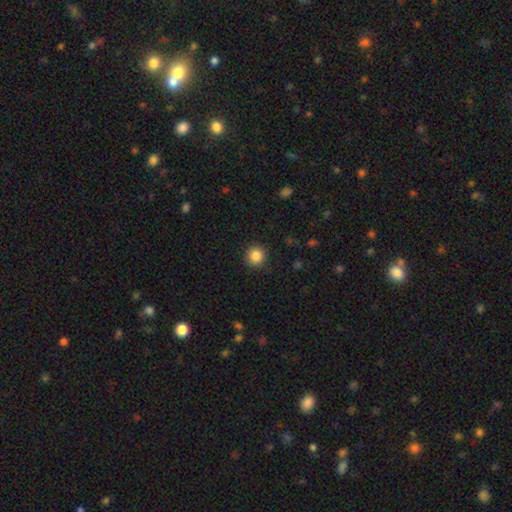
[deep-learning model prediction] smooth-or-featured: smooth: 86% | star or artifact: 10% | featured or disk: 4%
  how-rounded: round: 94% | in between: 5% | cigar-shaped: 1%
  merging: none: 91% | minor disturbance: 6% | major disturbance: 2% | merger: 1%